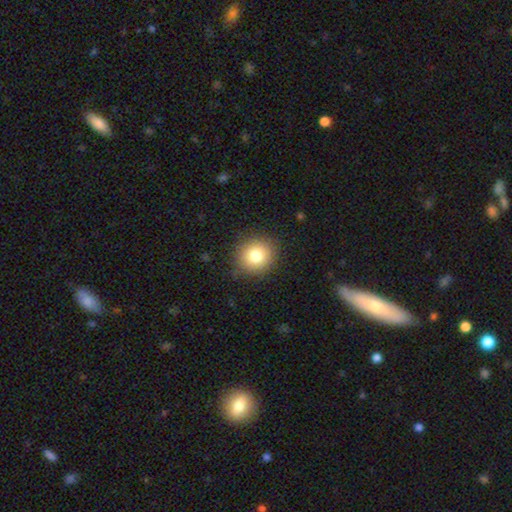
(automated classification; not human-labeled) This appears to be a smooth galaxy with no disk features (80%) that is round (86%). Merging: none (87%).